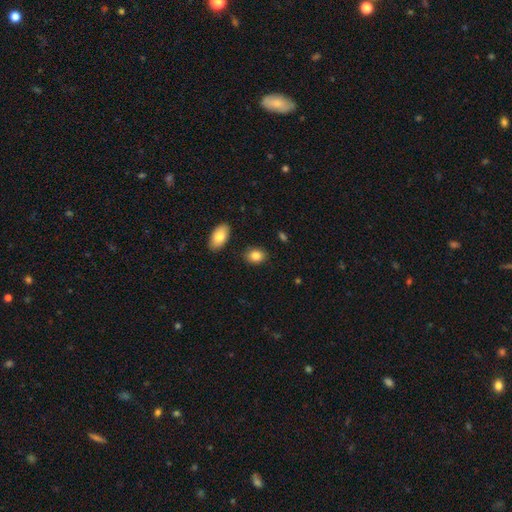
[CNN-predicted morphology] Overall: smooth (85%). How rounded: in between (68%; round 31%). Merging: none (86%).